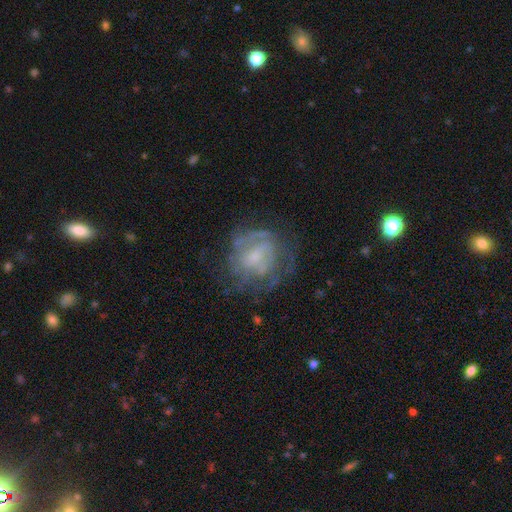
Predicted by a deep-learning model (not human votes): Smooth or featured? Predicted: featured or disk (p=0.66). Edge-on disk? Predicted: no (p=0.97). Bar? Predicted: no (p=0.54). Spiral arms? Predicted: yes (p=0.59). Bulge size? Predicted: small (p=0.53). Merging? Predicted: none (p=0.56).